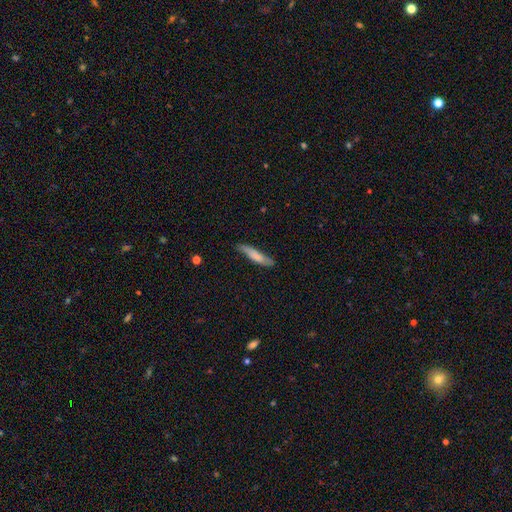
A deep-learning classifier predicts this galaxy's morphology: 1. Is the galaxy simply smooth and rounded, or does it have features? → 72% smooth, 23% featured or disk, 5% star or artifact.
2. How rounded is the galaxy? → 83% cigar-shaped, 15% in between, 2% round.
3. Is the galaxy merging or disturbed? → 72% none, 22% minor disturbance, 4% major disturbance, 2% merger.